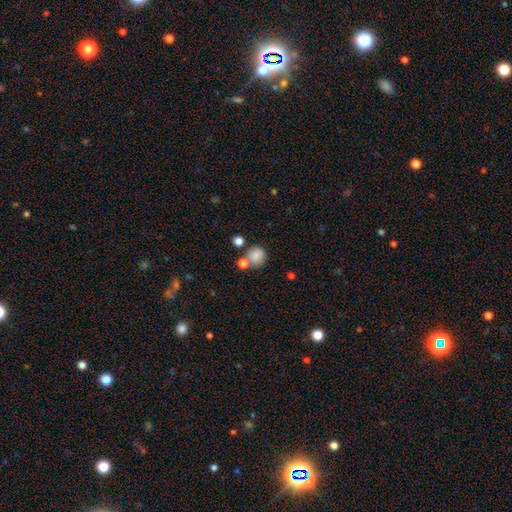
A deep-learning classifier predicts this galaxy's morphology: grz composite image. It shows a smooth galaxy with no disk features (83%) that is round (86%). Merging: none (59%).